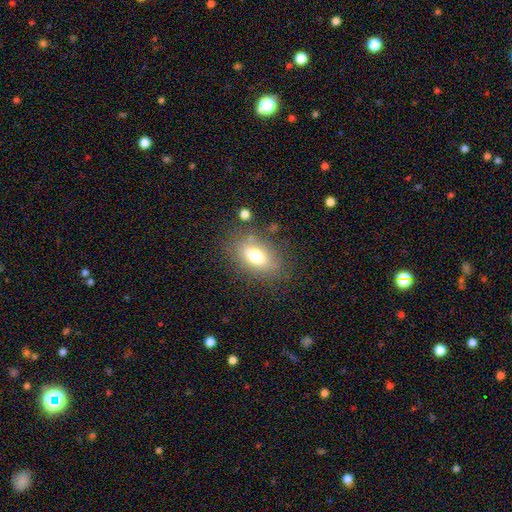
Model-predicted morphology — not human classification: smooth_or_featured: smooth (p=0.73) [alt: featured or disk p=0.17]
how_rounded: in between (p=0.85) [alt: round p=0.11]
merging: none (p=0.76) [alt: minor disturbance p=0.14]